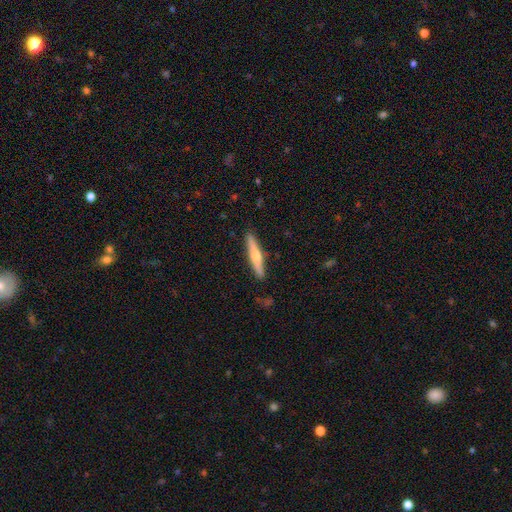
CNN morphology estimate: Smooth or featured? Predicted: featured or disk (p=0.58). Edge-on disk? Predicted: yes (p=0.96). Edge-on bulge? Predicted: rounded (p=0.89). Merging? Predicted: none (p=0.89).